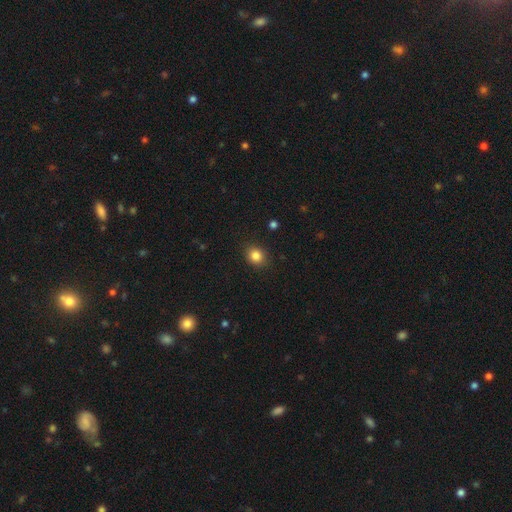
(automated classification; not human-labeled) This is clearly a smooth galaxy (84%). How rounded: likely round (69%). Merging: clearly none (89%).